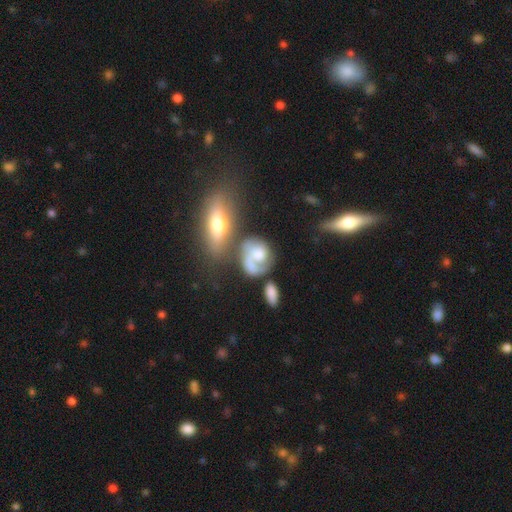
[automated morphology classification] type=featured or disk (55%); edge-on=no (96%); bar=no (79%); spiral arms=yes (73%); bulge=moderate (45%); merging=none (34%).